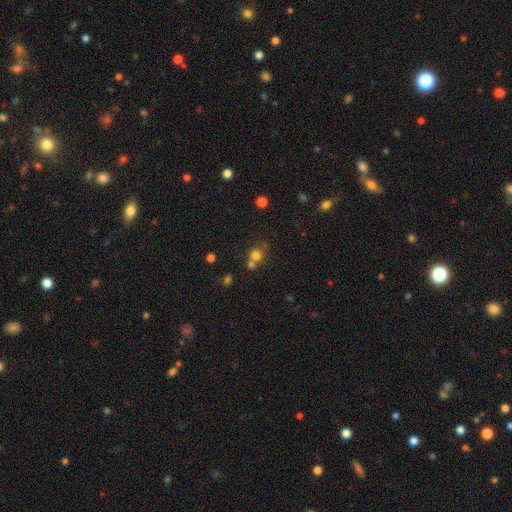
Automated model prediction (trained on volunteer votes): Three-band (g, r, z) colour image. It shows a smooth galaxy with no disk features (74%) that is round (86%). Merging: none (49%).